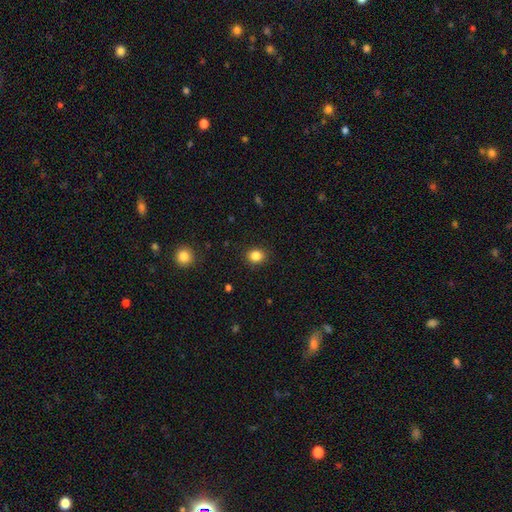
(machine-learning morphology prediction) Q: Smooth or featured?
A: smooth (84%); runner-up: star or artifact (11%)
Q: How rounded?
A: round (75%); runner-up: in between (24%)
Q: Merging?
A: none (89%); runner-up: minor disturbance (8%)